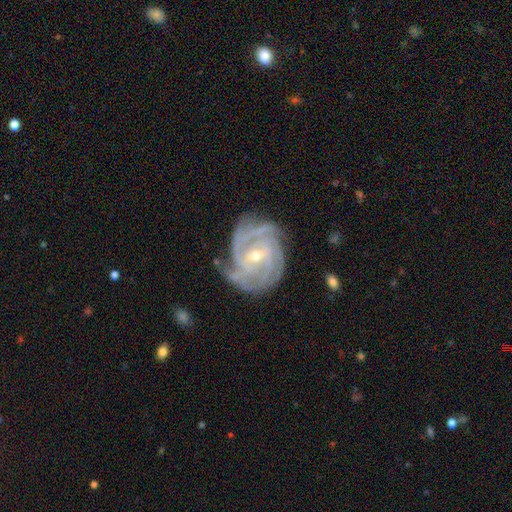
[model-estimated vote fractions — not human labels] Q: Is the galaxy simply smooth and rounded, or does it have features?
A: featured or disk — 91%.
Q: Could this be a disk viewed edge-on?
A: no — 97%.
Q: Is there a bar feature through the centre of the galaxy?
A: weak — 46%.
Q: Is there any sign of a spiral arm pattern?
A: yes — 98%.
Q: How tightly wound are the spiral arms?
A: tight — 68%.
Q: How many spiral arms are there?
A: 4 — 34%.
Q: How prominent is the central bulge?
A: small — 62%.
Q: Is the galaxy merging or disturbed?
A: none — 70%.